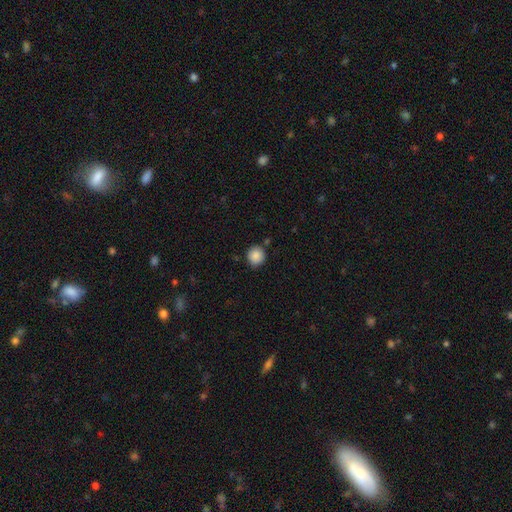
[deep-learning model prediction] Overall: smooth (88%). How rounded: round (91%). Merging: none (85%).